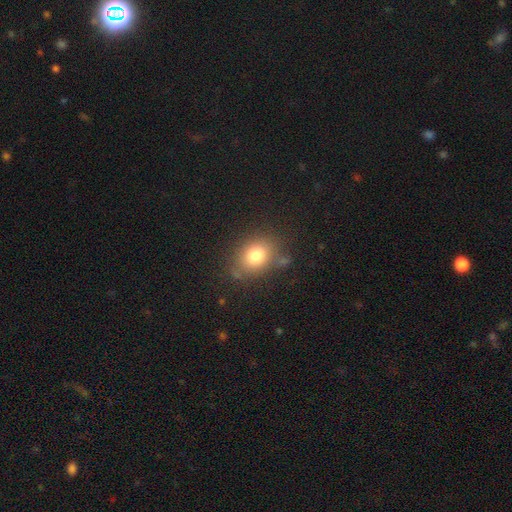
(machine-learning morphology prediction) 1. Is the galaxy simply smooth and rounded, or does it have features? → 78% smooth, 12% star or artifact, 11% featured or disk.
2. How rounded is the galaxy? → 52% in between, 47% round, 1% cigar-shaped.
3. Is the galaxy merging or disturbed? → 73% none, 17% minor disturbance, 6% major disturbance, 4% merger.